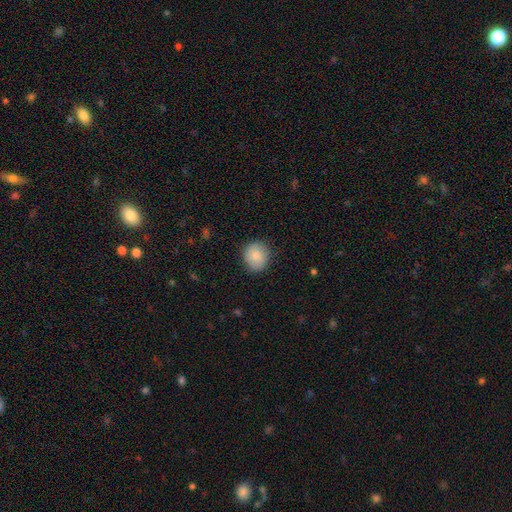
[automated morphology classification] The model was most divided on "how rounded": round: 78%, in between: 21%, cigar-shaped: 1%. More confident: merging — none (86%); smooth or featured — smooth (85%).